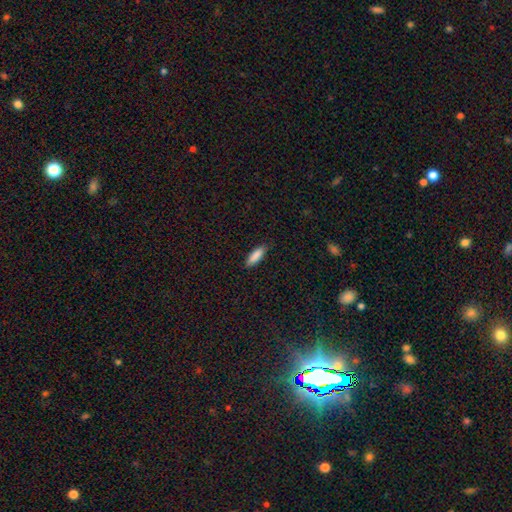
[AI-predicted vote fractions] Smooth or featured? smooth (88%)
How rounded? in between (55%)
Merging? none (85%)